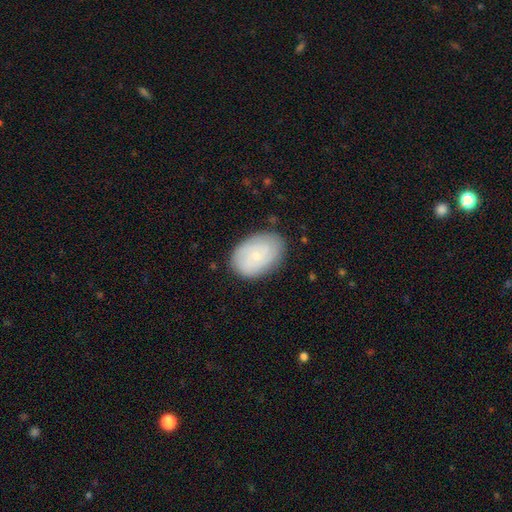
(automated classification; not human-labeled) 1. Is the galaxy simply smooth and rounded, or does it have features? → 51% smooth, 42% featured or disk, 7% star or artifact.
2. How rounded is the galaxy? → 85% in between, 14% round, 1% cigar-shaped.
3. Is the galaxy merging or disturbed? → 81% none, 15% minor disturbance, 3% major disturbance, 1% merger.